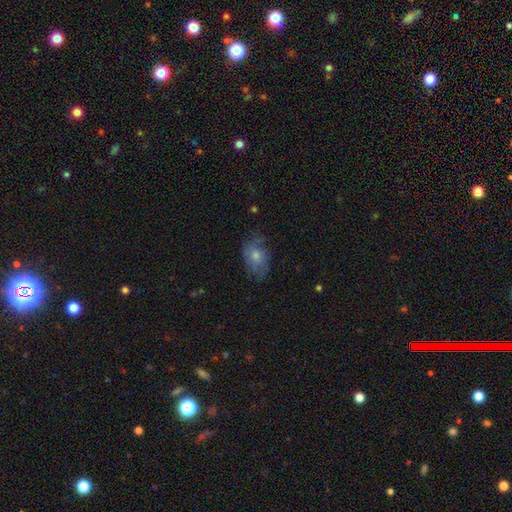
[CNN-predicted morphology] Smooth or featured? smooth (50%)
How rounded? in between (78%)
Merging? none (66%)